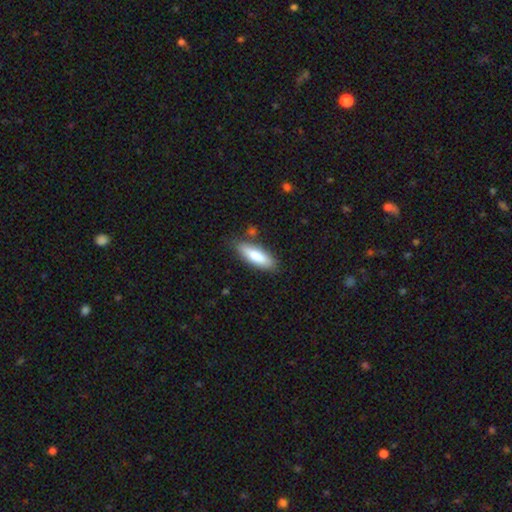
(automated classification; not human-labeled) The model was most divided on "how rounded": in between: 53%, cigar-shaped: 45%, round: 2%. More confident: merging — none (81%); smooth or featured — smooth (75%).